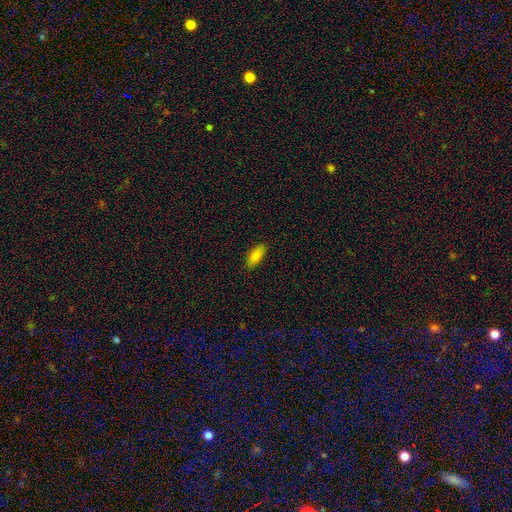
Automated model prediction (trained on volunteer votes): This is clearly a smooth galaxy (85%). How rounded: clearly in between (82%). Merging: clearly none (86%).